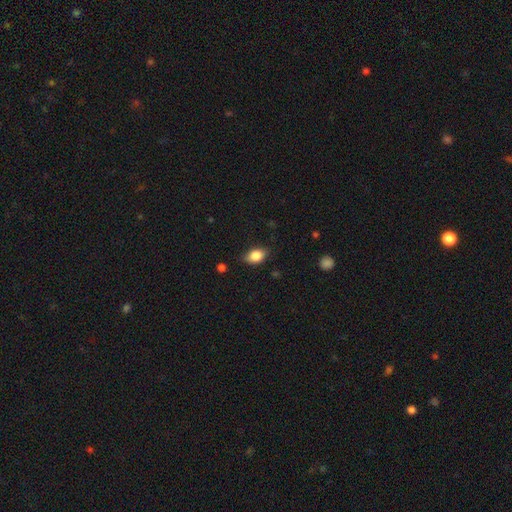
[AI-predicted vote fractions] Smooth or featured?
  - smooth: 83% *
  - featured or disk: 9%
  - star or artifact: 8%
How rounded?
  - in between: 84% *
  - round: 14%
  - cigar-shaped: 2%
Merging?
  - none: 80% *
  - minor disturbance: 16%
  - major disturbance: 3%
  - merger: 1%